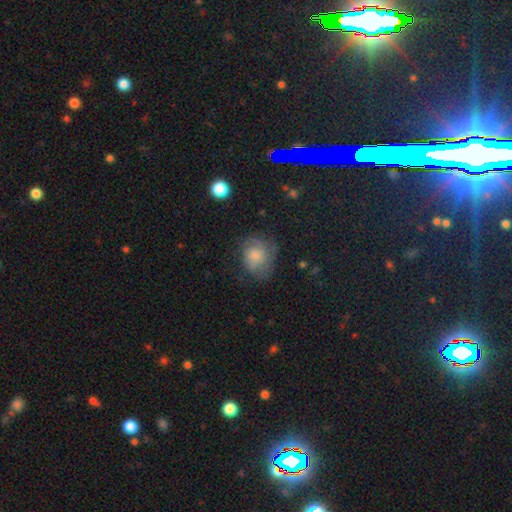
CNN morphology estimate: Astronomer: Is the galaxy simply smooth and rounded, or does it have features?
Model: smooth — 47% (runner-up: featured or disk, 42%).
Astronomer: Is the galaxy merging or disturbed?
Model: none — 53%.